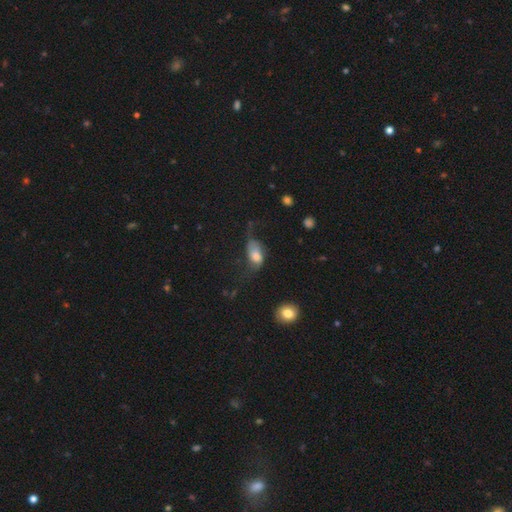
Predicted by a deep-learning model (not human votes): smooth_or_featured: smooth (p=0.63) [alt: featured or disk p=0.28]
how_rounded: in between (p=0.88) [alt: round p=0.08]
merging: major disturbance (p=0.38) [alt: none p=0.30]